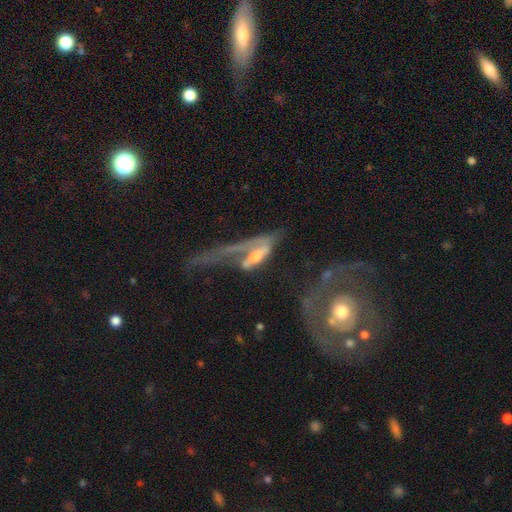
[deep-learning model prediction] A featured or disk galaxy (66%). Merging: major disturbance (46%).